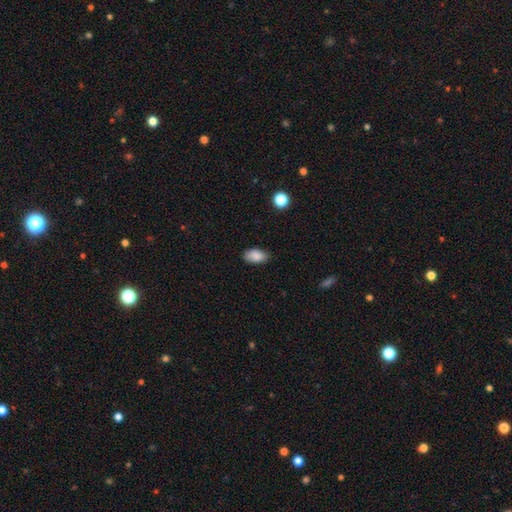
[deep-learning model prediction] Smooth or featured? smooth (87%)
How rounded? in between (93%)
Merging? none (82%)